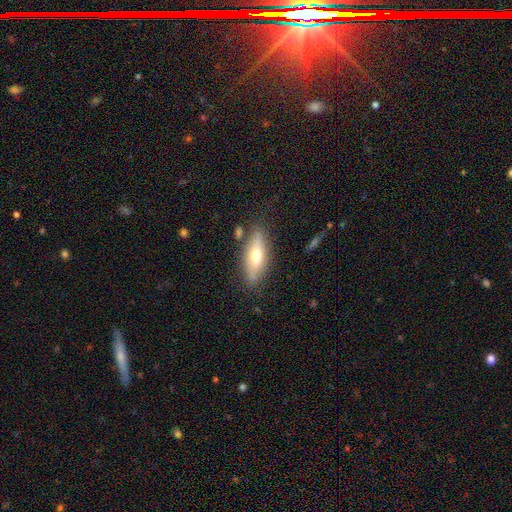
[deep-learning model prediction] Smooth or featured? Predicted: smooth (p=0.52). How rounded? Predicted: in between (p=0.62). Merging? Predicted: none (p=0.77).